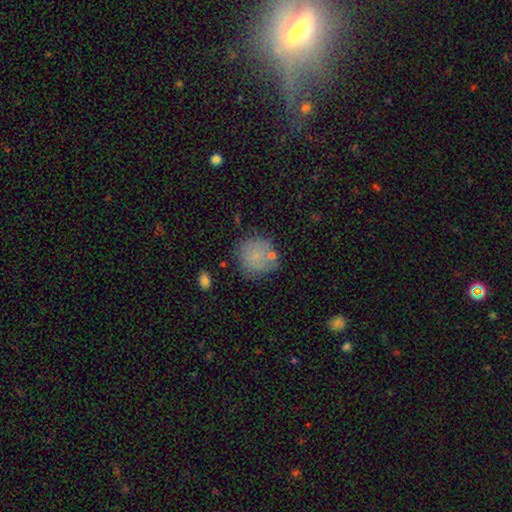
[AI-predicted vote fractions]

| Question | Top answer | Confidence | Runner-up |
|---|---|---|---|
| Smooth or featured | smooth | 76% | featured or disk (13%) |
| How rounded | round | 88% | in between (11%) |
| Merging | none | 68% | minor disturbance (18%) |